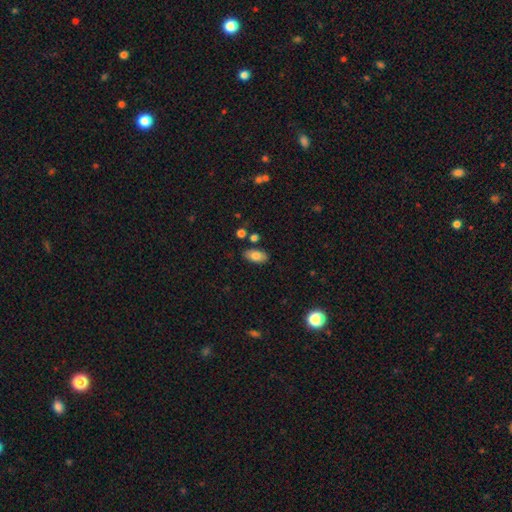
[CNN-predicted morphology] smooth_or_featured: smooth (p=0.80) [alt: featured or disk p=0.12]
how_rounded: in between (p=0.93) [alt: round p=0.04]
merging: none (p=0.81) [alt: minor disturbance p=0.11]